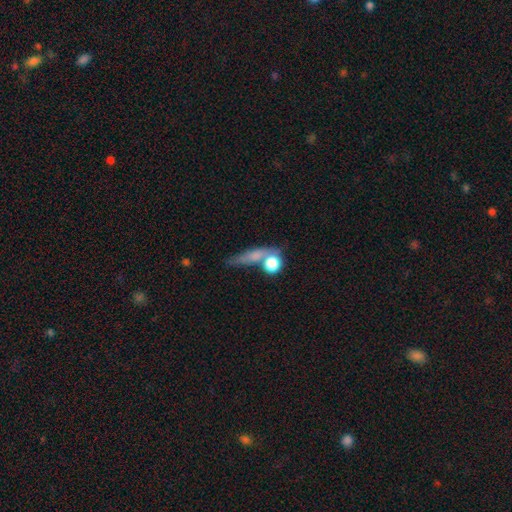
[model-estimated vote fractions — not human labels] Morphology: type=smooth (64%); roundness=cigar-shaped (40%); merging=none (50%).